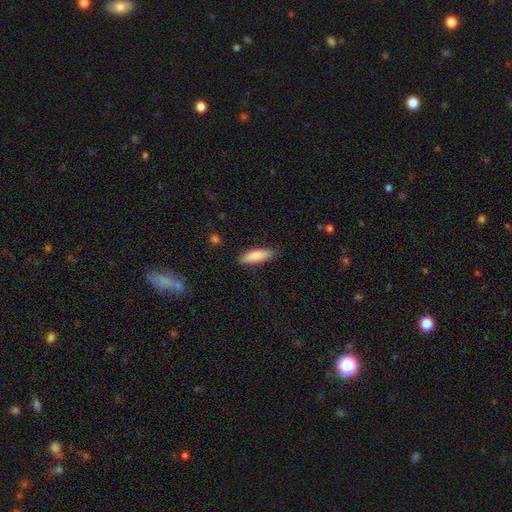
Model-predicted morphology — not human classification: The model was most divided on "how rounded": in between: 55%, cigar-shaped: 43%, round: 2%. More confident: smooth or featured — smooth (87%); merging — none (84%).